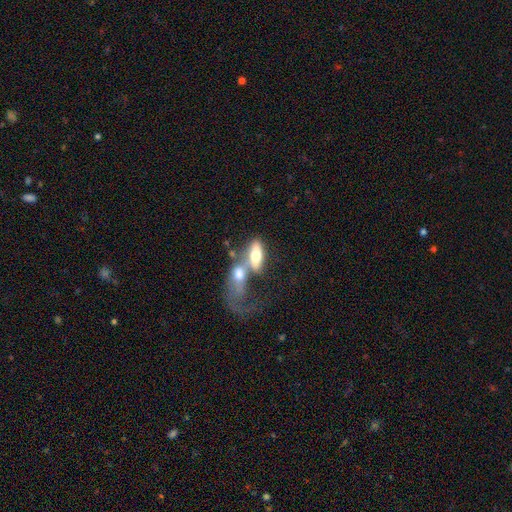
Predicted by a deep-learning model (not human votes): Q: Smooth or featured?
A: smooth (59%); runner-up: featured or disk (34%)
Q: How rounded?
A: in between (76%); runner-up: cigar-shaped (20%)
Q: Merging?
A: merger (68%); runner-up: major disturbance (13%)